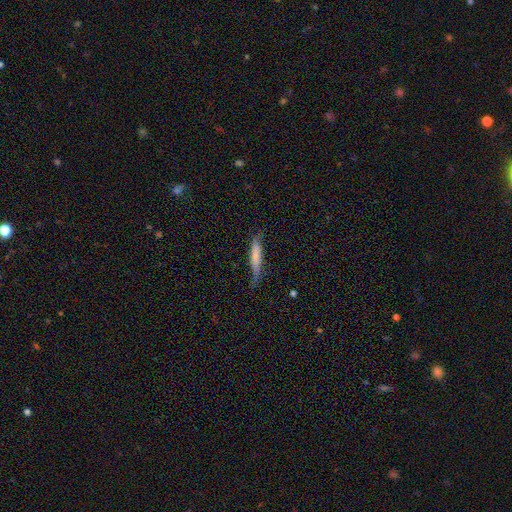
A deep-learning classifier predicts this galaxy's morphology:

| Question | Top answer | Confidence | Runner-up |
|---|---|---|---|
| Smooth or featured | smooth | 62% | featured or disk (32%) |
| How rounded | cigar-shaped | 87% | in between (11%) |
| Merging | none | 51% | minor disturbance (33%) |